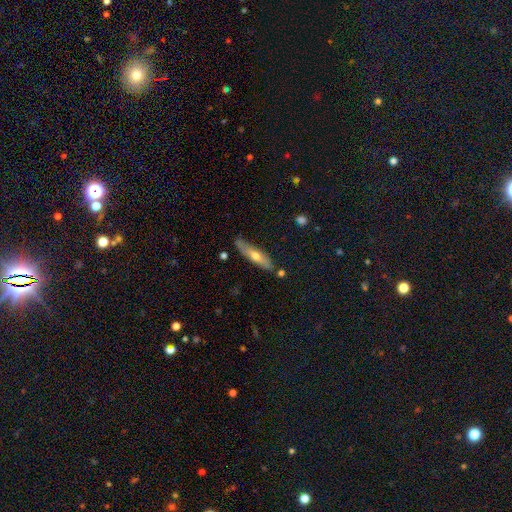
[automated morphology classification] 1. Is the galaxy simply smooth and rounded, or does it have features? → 50% smooth, 44% featured or disk, 6% star or artifact.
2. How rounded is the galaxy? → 73% cigar-shaped, 25% in between, 2% round.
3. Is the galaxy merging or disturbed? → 76% none, 17% minor disturbance, 4% merger, 3% major disturbance.